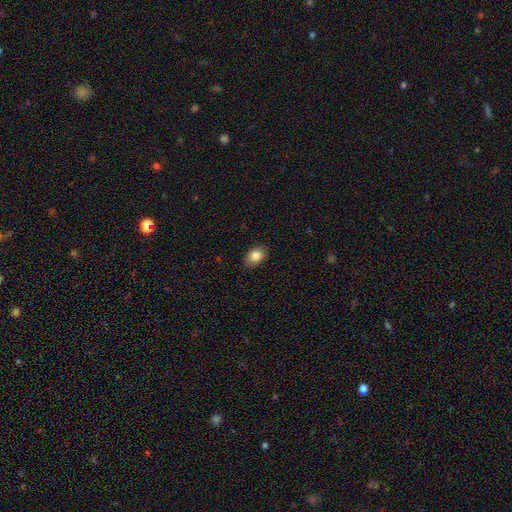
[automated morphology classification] Q: Smooth or featured?
A: smooth (84%); runner-up: star or artifact (9%)
Q: How rounded?
A: in between (75%); runner-up: round (24%)
Q: Merging?
A: none (86%); runner-up: minor disturbance (11%)